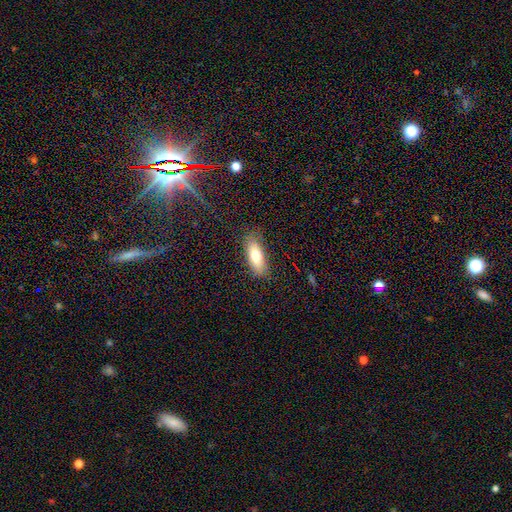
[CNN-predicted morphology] This is likely a smooth galaxy (74%). How rounded: likely in between (66%). Merging: clearly none (85%).